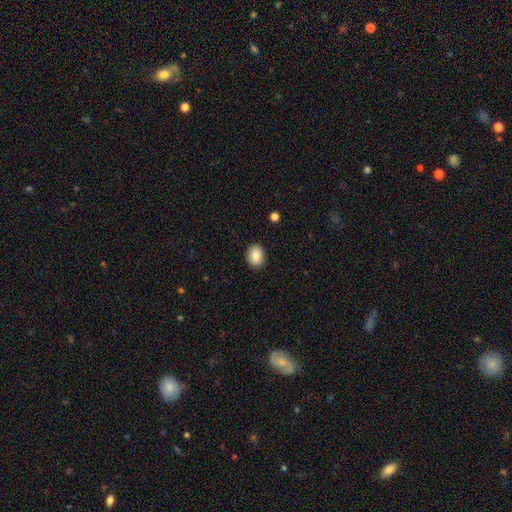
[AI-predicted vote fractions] Overall: smooth (86%). How rounded: in between (66%; round 33%). Merging: none (90%).